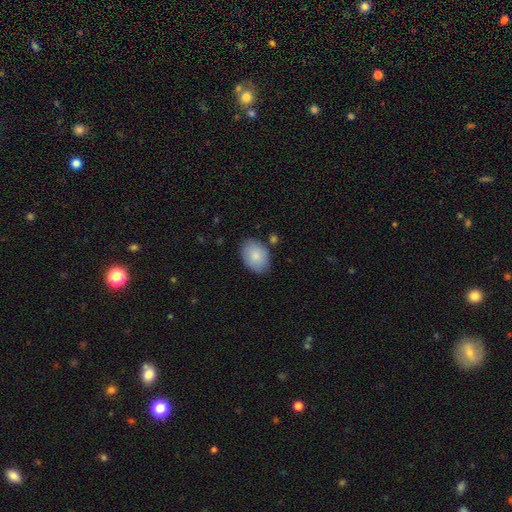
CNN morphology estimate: type=smooth (84%); roundness=in between (86%); merging=none (79%).